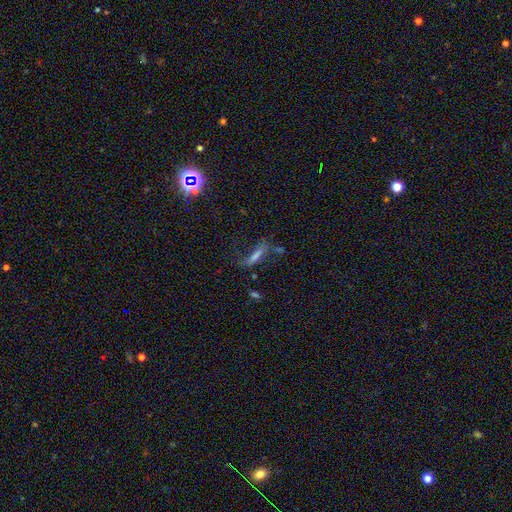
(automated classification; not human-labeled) This appears to be a smooth galaxy with no disk features (41%). Merging: none (48%).